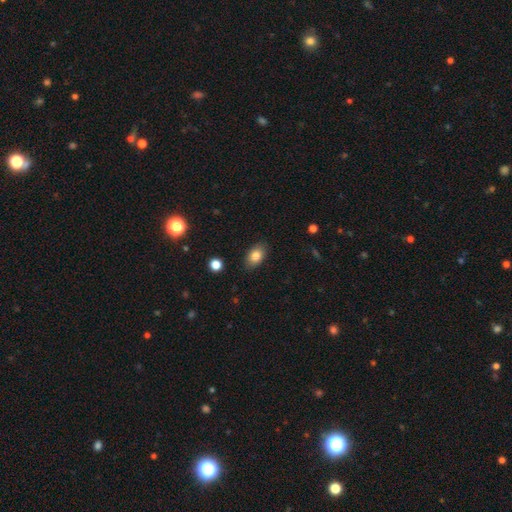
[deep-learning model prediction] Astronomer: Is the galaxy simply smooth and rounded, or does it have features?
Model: smooth — 82%.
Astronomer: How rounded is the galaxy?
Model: in between — 86%.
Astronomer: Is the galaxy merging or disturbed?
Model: none — 86%.